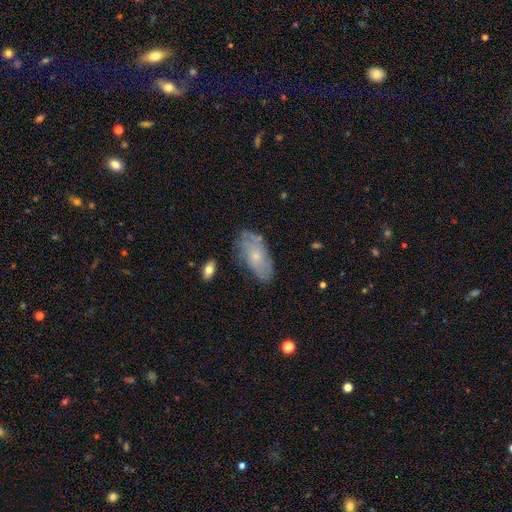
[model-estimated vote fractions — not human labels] A featured or disk galaxy (56%) with no bar (85%), spiral arms (70%) and a small central bulge (78%). Merging: none (66%).